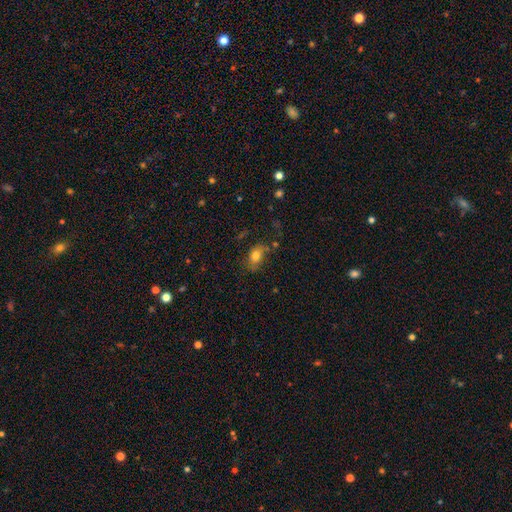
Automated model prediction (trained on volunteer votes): A smooth galaxy with no disk features (78%) that is in between round and cigar-shaped (80%).

Vote fractions:
- Smooth or featured? smooth: 78% / featured or disk: 12% / star or artifact: 10%
- How rounded? in between: 80% / round: 17% / cigar-shaped: 3%
- Merging? none: 65% / minor disturbance: 23% / major disturbance: 7% / merger: 5%